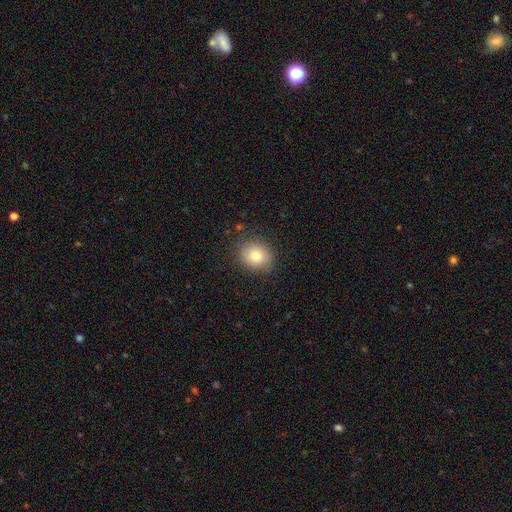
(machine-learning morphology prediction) A smooth galaxy with no disk features (79%) that is round (68%). Merging: none (84%).